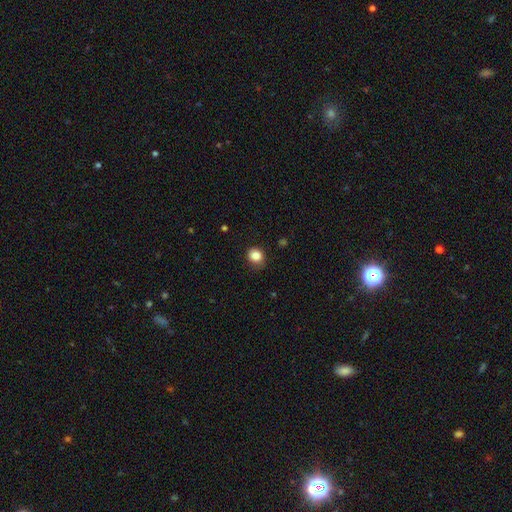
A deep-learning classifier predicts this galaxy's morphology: Smooth or featured?
  - smooth: 84% *
  - star or artifact: 11%
  - featured or disk: 5%
How rounded?
  - round: 81% *
  - in between: 18%
  - cigar-shaped: 1%
Merging?
  - none: 81% *
  - minor disturbance: 15%
  - major disturbance: 3%
  - merger: 1%